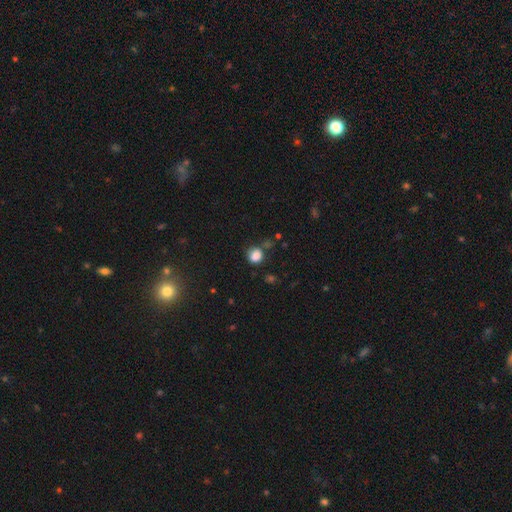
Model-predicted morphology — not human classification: smooth 84%, star or artifact 11%, featured or disk 5%. Down the decision tree: how rounded — round (76%); merging — none (62%).